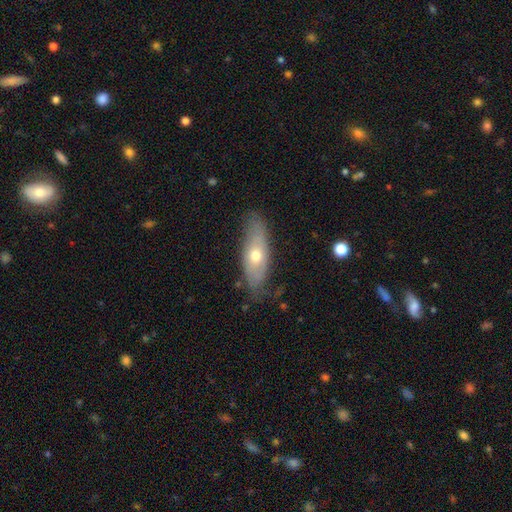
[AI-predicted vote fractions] Overall: smooth (52%; featured or disk 42%). How rounded: in between (66%; cigar-shaped 31%). Merging: none (70%).